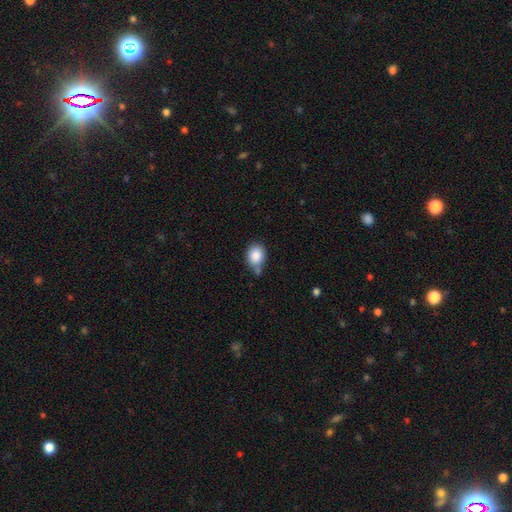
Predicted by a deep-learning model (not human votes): Smooth or featured?
  - smooth: 86% *
  - star or artifact: 8%
  - featured or disk: 5%
How rounded?
  - round: 53% *
  - in between: 46%
  - cigar-shaped: 1%
Merging?
  - none: 55% *
  - minor disturbance: 24%
  - merger: 16%
  - major disturbance: 6%